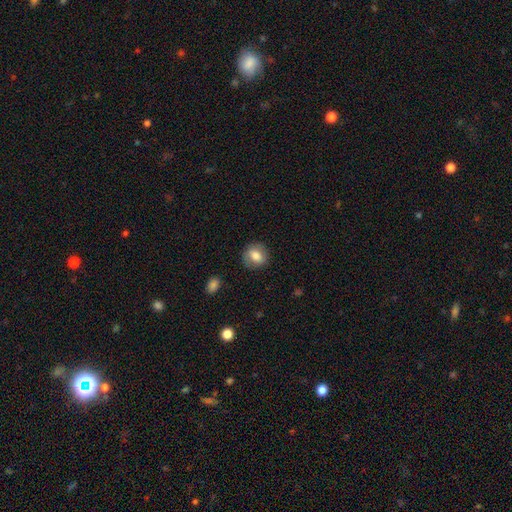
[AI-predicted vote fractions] smooth 73%, featured or disk 19%, star or artifact 8%. Down the decision tree: how rounded — round (72%); merging — none (82%).